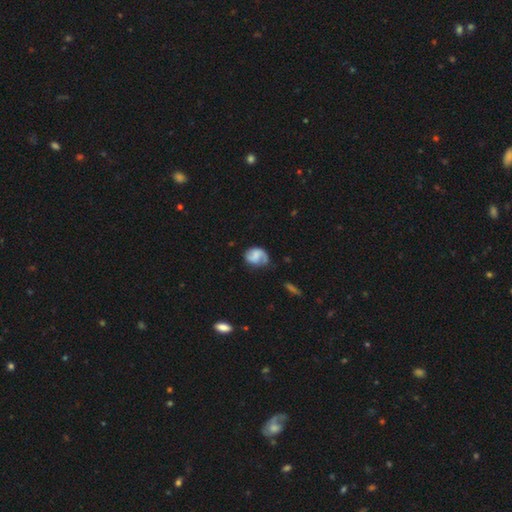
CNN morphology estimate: featured or disk 47%, smooth 45%, star or artifact 8%. Down the decision tree: merging — none (50%).